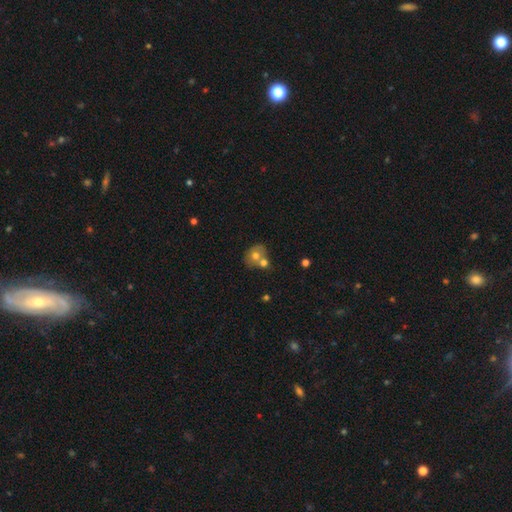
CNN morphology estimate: Smooth or featured? Predicted: smooth (p=0.63). How rounded? Predicted: round (p=0.61). Merging? Predicted: merger (p=0.49).